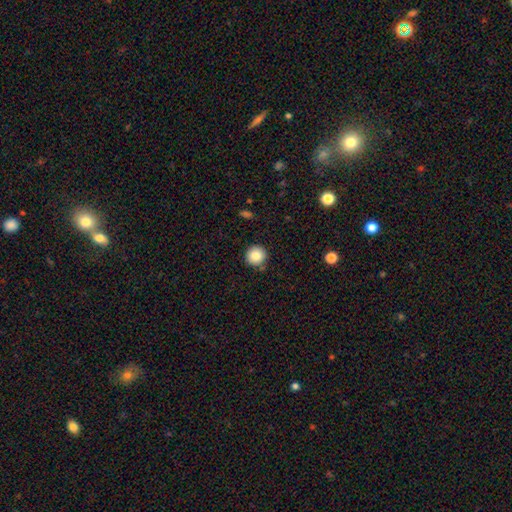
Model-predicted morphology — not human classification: Smooth or featured? smooth (85%)
How rounded? round (94%)
Merging? none (86%)